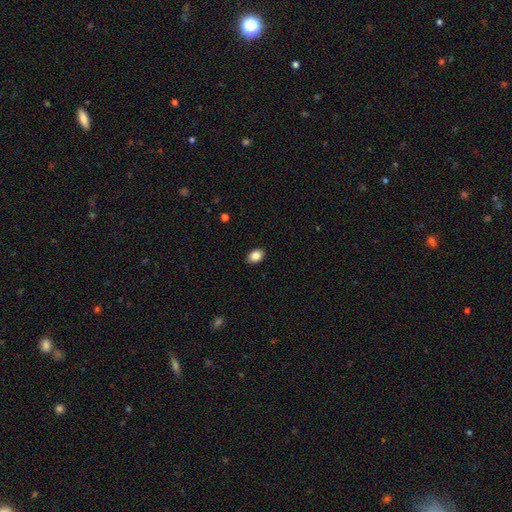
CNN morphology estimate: This appears to be a smooth galaxy with no disk features (86%) that is in between round and cigar-shaped (75%). Merging: none (90%).